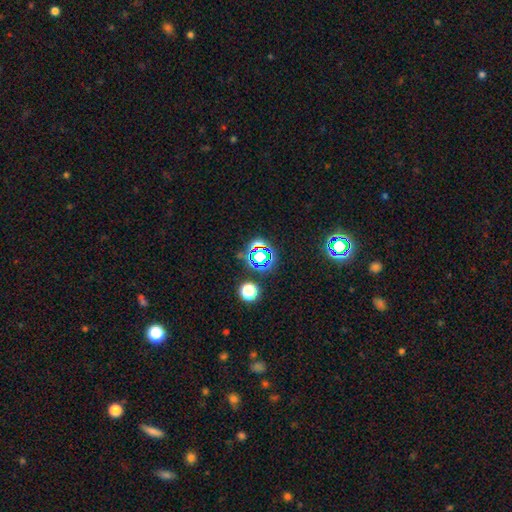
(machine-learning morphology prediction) Smooth or featured? Predicted: star or artifact (p=0.72).